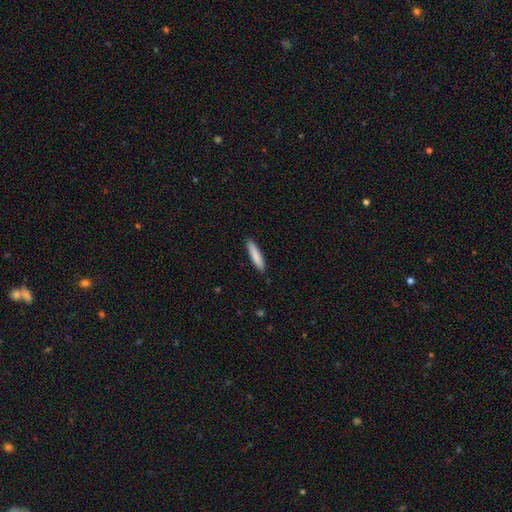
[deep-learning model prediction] Smooth or featured? Predicted: smooth (p=0.85). How rounded? Predicted: cigar-shaped (p=0.86). Merging? Predicted: none (p=0.89).